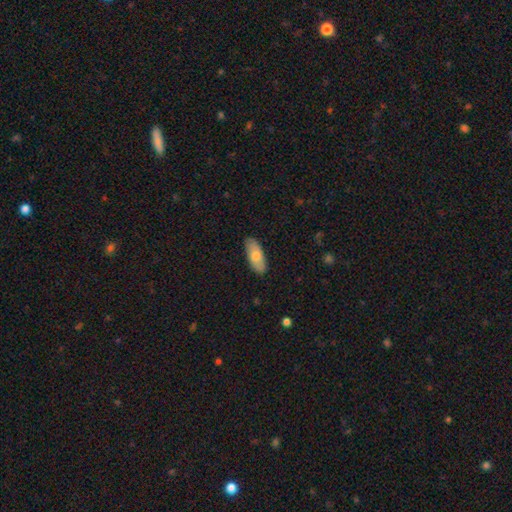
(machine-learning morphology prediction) Smooth or featured?
  - smooth: 72% *
  - featured or disk: 22%
  - star or artifact: 6%
How rounded?
  - in between: 83% *
  - cigar-shaped: 15%
  - round: 2%
Merging?
  - none: 86% *
  - minor disturbance: 11%
  - major disturbance: 2%
  - merger: 1%